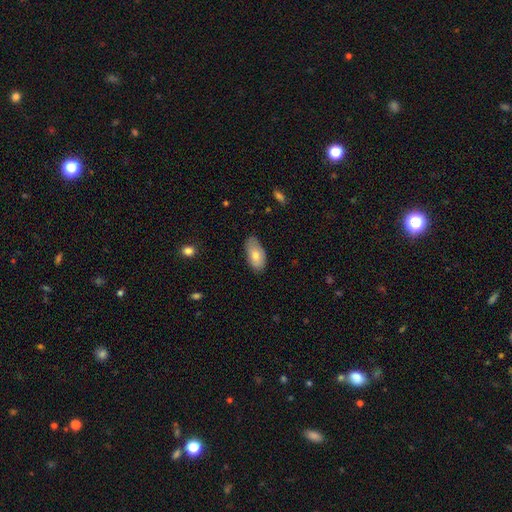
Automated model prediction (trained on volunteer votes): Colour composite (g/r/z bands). It shows a smooth galaxy with no disk features (76%) that is in between round and cigar-shaped (93%). Merging: none (74%).